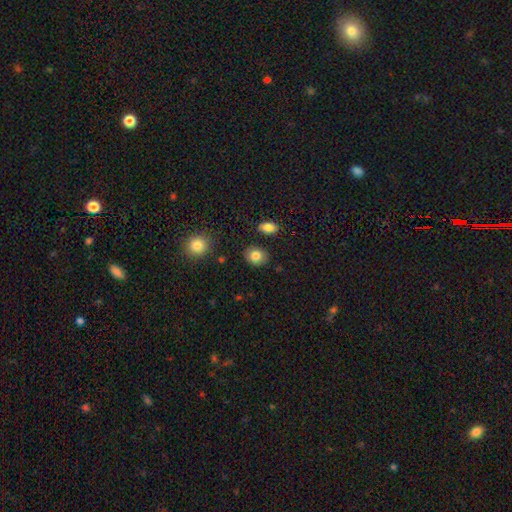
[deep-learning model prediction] Morphology: type=smooth (83%); roundness=round (53%); merging=none (85%).